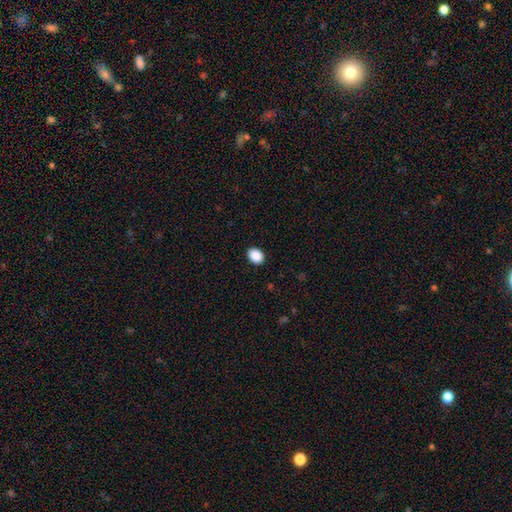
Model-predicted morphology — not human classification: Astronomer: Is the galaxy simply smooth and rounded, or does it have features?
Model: smooth — 90%.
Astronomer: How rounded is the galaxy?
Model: in between — 65%.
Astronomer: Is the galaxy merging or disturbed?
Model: none — 90%.